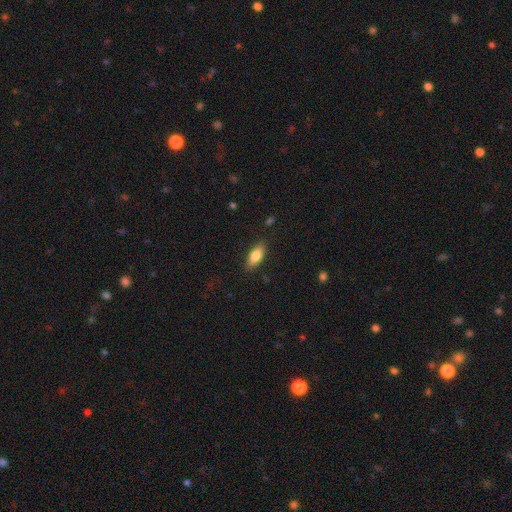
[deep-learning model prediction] This is likely a smooth galaxy (80%). How rounded: clearly in between (81%). Merging: clearly none (84%).